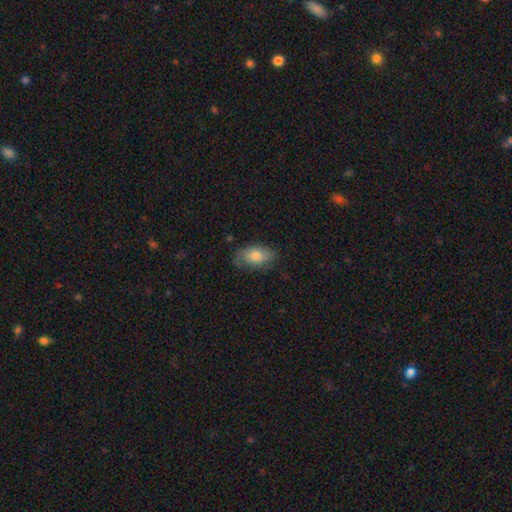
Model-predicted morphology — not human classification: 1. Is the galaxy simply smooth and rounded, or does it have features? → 71% smooth, 22% featured or disk, 7% star or artifact.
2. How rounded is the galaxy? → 91% in between, 7% round, 2% cigar-shaped.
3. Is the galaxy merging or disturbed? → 69% none, 23% minor disturbance, 6% major disturbance, 1% merger.